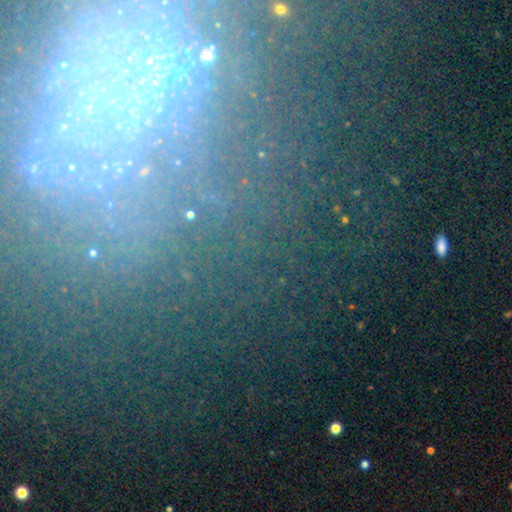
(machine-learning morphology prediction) The model was most divided on "smooth or featured": star or artifact: 62%, featured or disk: 21%, smooth: 17%.